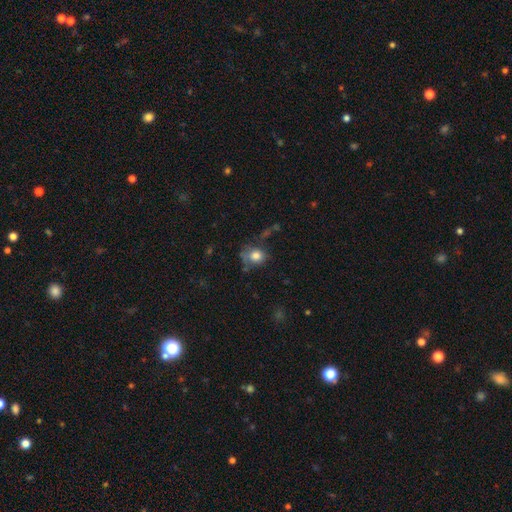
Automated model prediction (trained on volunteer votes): smooth_or_featured: smooth (p=0.78) [alt: featured or disk p=0.11]
how_rounded: round (p=0.68) [alt: in between p=0.30]
merging: none (p=0.54) [alt: minor disturbance p=0.25]